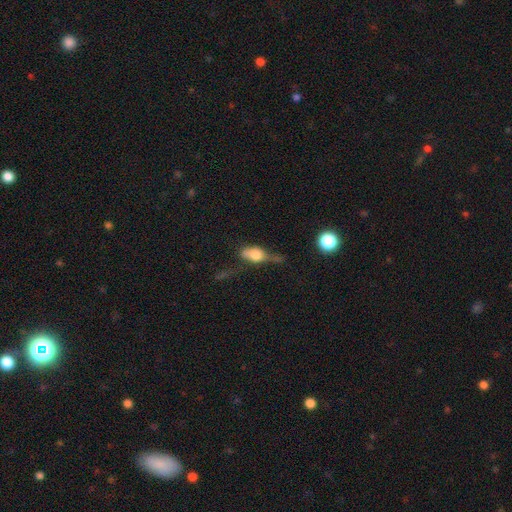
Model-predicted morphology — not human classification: Smooth or featured?
  - smooth: 57% *
  - featured or disk: 33%
  - star or artifact: 10%
How rounded?
  - in between: 69% *
  - cigar-shaped: 18%
  - round: 13%
Merging?
  - major disturbance: 34% *
  - minor disturbance: 29%
  - none: 29%
  - merger: 8%